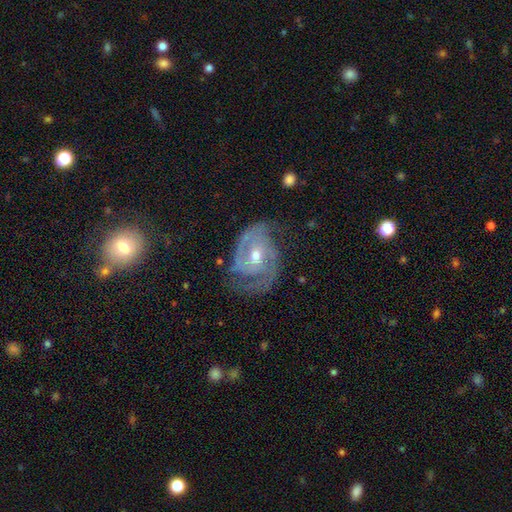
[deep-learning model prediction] smooth-or-featured: featured or disk: 89% | smooth: 6% | star or artifact: 5%
  disk-edge-on: no: 97% | yes: 3%
    bar: no: 51% | weak: 37% | strong: 12%
    has-spiral-arms: yes: 97% | no: 3%
      spiral-winding: tight: 48% | medium: 42% | loose: 10%
      spiral-arm-count: 2: 66% | 3: 15% | can't tell: 10% | 1: 4% | 4: 3% | more than 4: 3%
    bulge-size: moderate: 59% | small: 38% | large: 2% | none: 1% | dominant: 1%
  merging: none: 66% | minor disturbance: 21% | major disturbance: 11% | merger: 2%